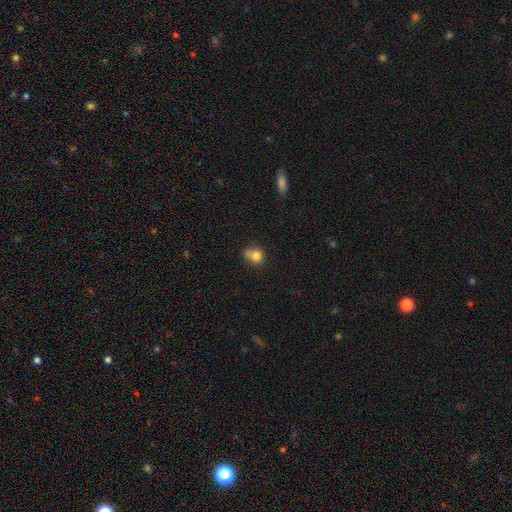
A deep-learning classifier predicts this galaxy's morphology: type=smooth (79%); roundness=round (71%); merging=none (42%).